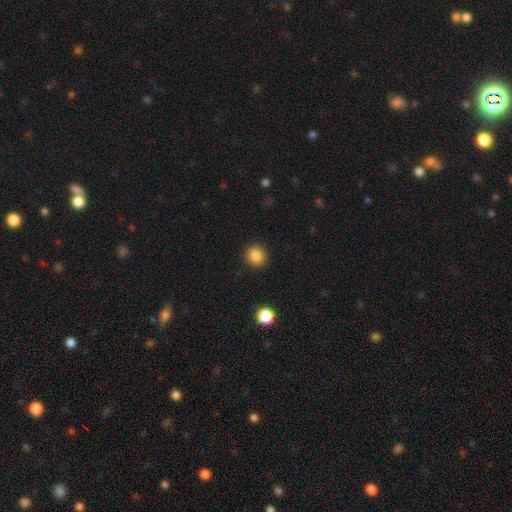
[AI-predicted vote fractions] smooth 85%, star or artifact 11%, featured or disk 4%. Down the decision tree: how rounded — round (84%); merging — none (90%).